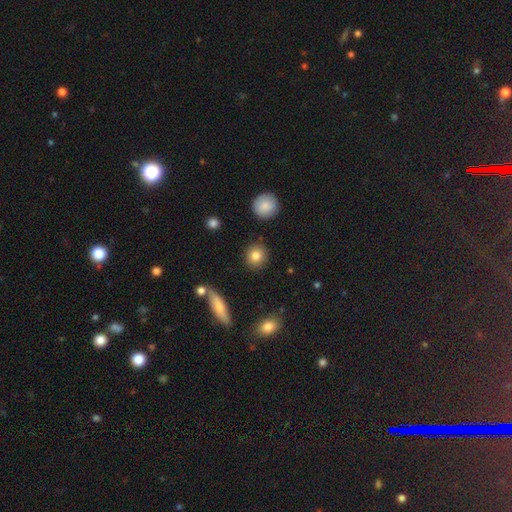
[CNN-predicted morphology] Overall: smooth (83%). How rounded: round (90%). Merging: none (90%).